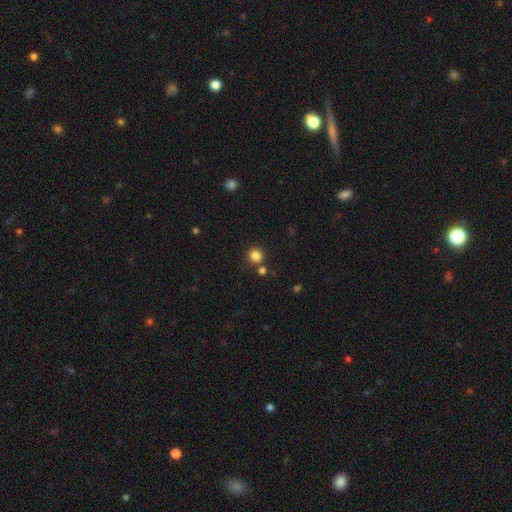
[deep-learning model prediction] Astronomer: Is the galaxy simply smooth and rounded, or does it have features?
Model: smooth — 84%.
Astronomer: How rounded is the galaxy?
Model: round — 92%.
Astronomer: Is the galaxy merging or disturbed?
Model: none — 80%.